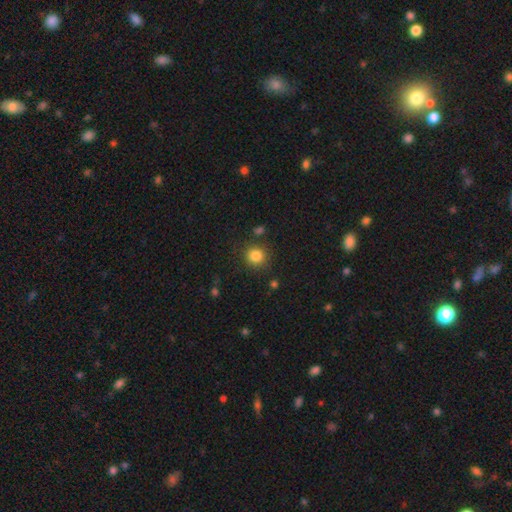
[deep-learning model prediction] Overall: smooth (84%). How rounded: round (91%). Merging: none (85%).